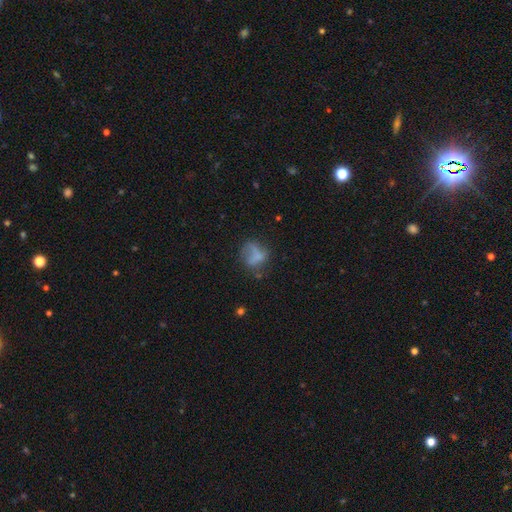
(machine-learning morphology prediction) Overall: smooth (59%; featured or disk 28%). How rounded: round (56%; in between 41%). Merging: none (39%; major disturbance 29%).